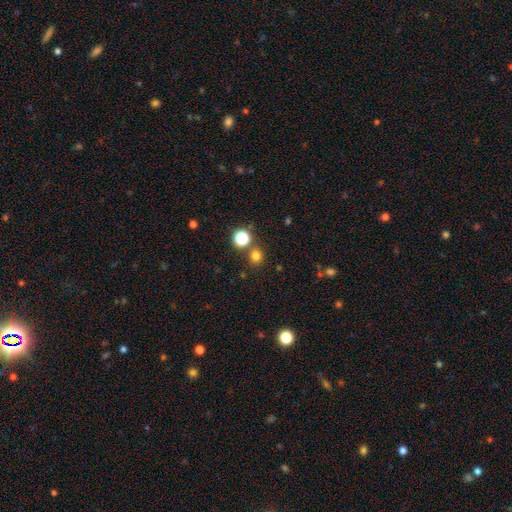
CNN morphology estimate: smooth-or-featured: smooth: 74% | star or artifact: 20% | featured or disk: 5%
  how-rounded: round: 85% | in between: 14% | cigar-shaped: 1%
  merging: none: 80% | merger: 10% | minor disturbance: 7% | major disturbance: 3%